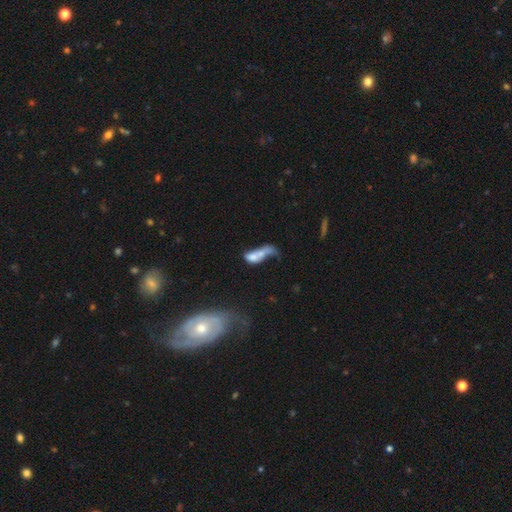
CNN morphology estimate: A smooth galaxy with no disk features (55%) that is in between round and cigar-shaped (68%). Merging: merger (48%).